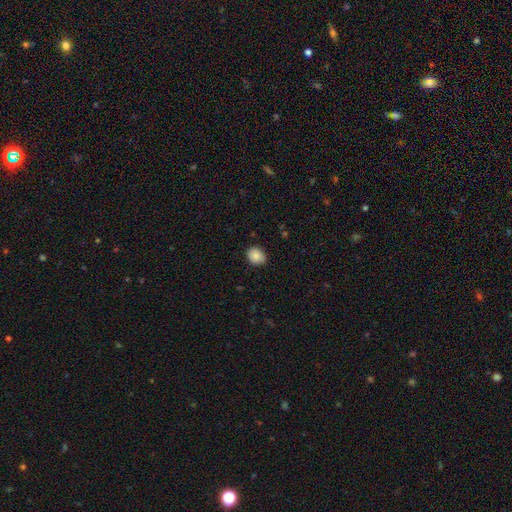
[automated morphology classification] smooth 85%, star or artifact 8%, featured or disk 7%. Down the decision tree: how rounded — round (62%); merging — none (85%).